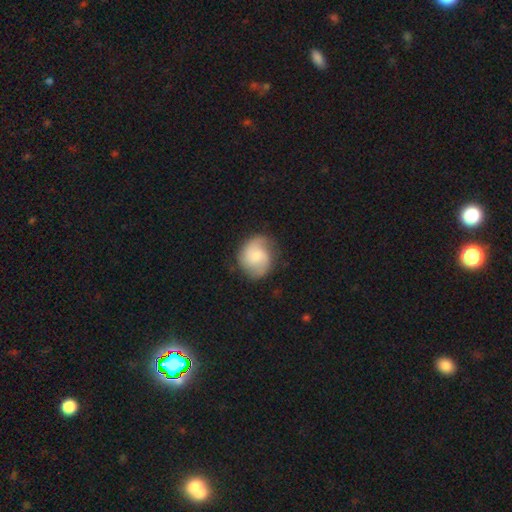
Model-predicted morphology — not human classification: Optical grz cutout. It shows a featured or disk galaxy (53%) with no bar (59%), spiral arms (92%) and a small central bulge (39%). Merging: none (71%).